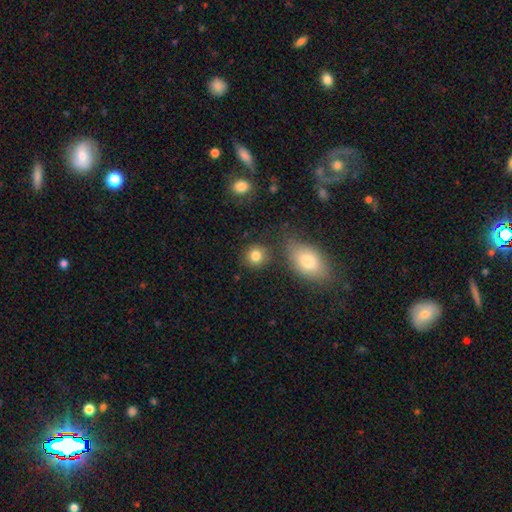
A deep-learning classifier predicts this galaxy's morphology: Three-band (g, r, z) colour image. It shows a smooth galaxy with no disk features (83%) that is round (82%). Merging: none (77%).